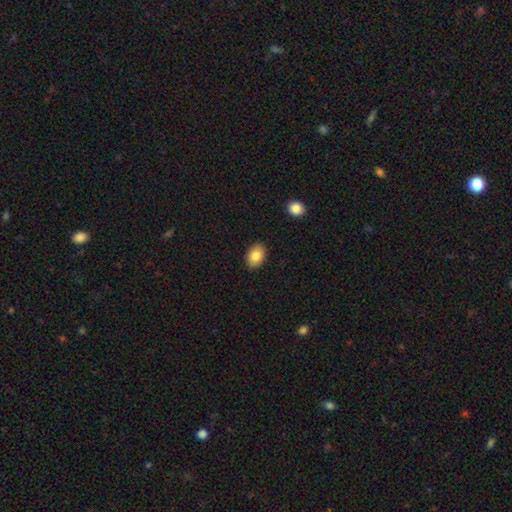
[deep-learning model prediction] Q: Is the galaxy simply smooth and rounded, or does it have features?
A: smooth — 84%.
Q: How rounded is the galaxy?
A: in between — 79%.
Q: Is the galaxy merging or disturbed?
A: none — 89%.